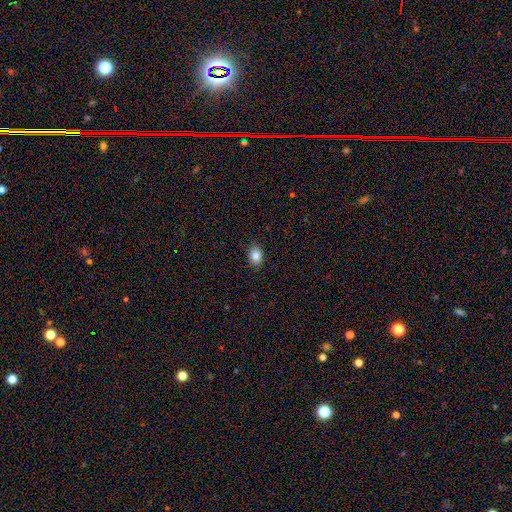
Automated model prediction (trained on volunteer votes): This is clearly a smooth galaxy (85%). How rounded: likely in between (74%). Merging: clearly none (89%).